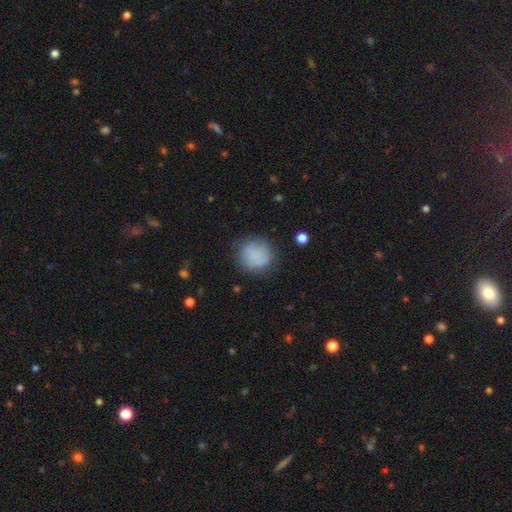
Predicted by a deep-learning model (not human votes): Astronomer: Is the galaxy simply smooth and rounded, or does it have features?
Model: smooth — 79%.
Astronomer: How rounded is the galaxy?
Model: round — 87%.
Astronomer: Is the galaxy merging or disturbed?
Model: none — 74%.